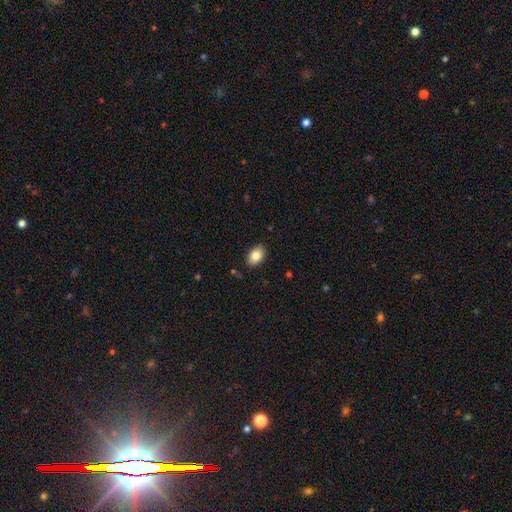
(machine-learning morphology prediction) The model was most divided on "smooth or featured": smooth: 83%, featured or disk: 9%, star or artifact: 7%. More confident: how rounded — in between (89%); merging — none (87%).